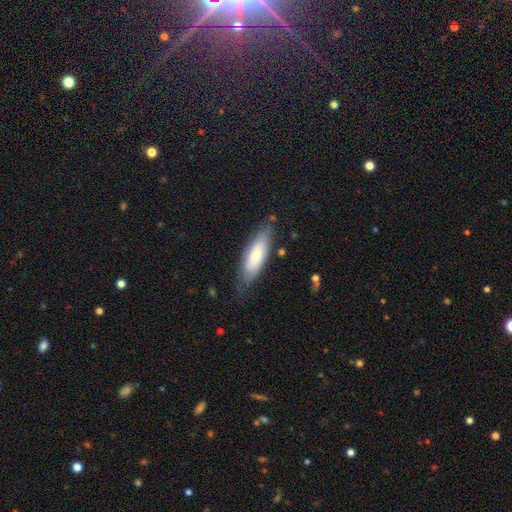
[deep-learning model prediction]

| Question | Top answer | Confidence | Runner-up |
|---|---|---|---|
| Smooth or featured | smooth | 71% | featured or disk (23%) |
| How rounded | in between | 54% | cigar-shaped (44%) |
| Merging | none | 75% | minor disturbance (19%) |